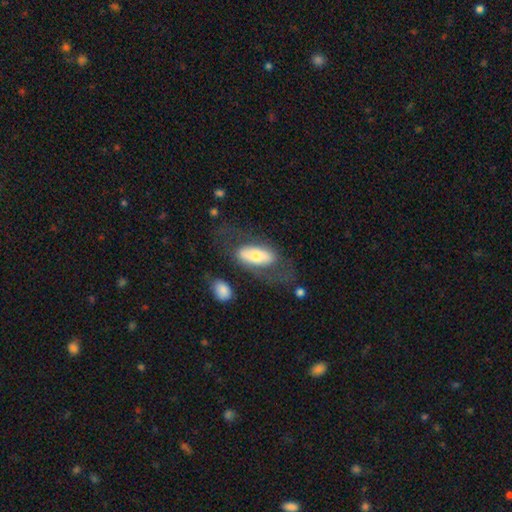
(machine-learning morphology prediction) Smooth or featured?
  - smooth: 54% *
  - featured or disk: 40%
  - star or artifact: 6%
How rounded?
  - in between: 84% *
  - cigar-shaped: 12%
  - round: 3%
Merging?
  - none: 57% *
  - major disturbance: 21%
  - minor disturbance: 17%
  - merger: 5%